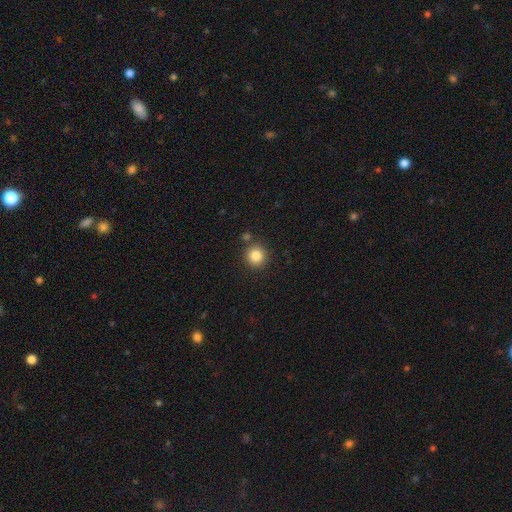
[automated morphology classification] Q: Smooth or featured?
A: smooth (85%); runner-up: star or artifact (10%)
Q: How rounded?
A: round (93%); runner-up: in between (6%)
Q: Merging?
A: none (85%); runner-up: minor disturbance (7%)